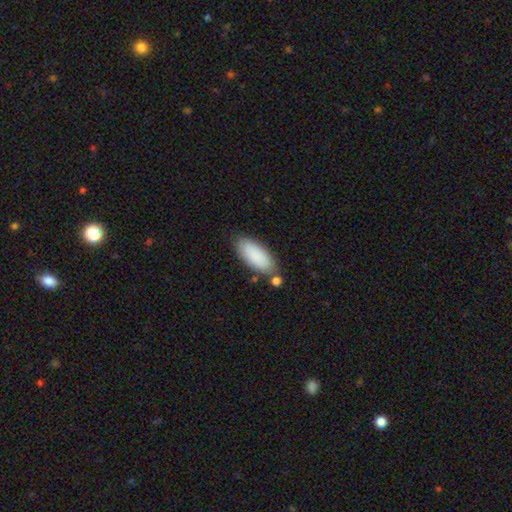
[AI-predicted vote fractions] smooth-or-featured: smooth: 88% | featured or disk: 6% | star or artifact: 6%
  how-rounded: in between: 84% | cigar-shaped: 15% | round: 2%
  merging: none: 75% | minor disturbance: 14% | merger: 8% | major disturbance: 3%